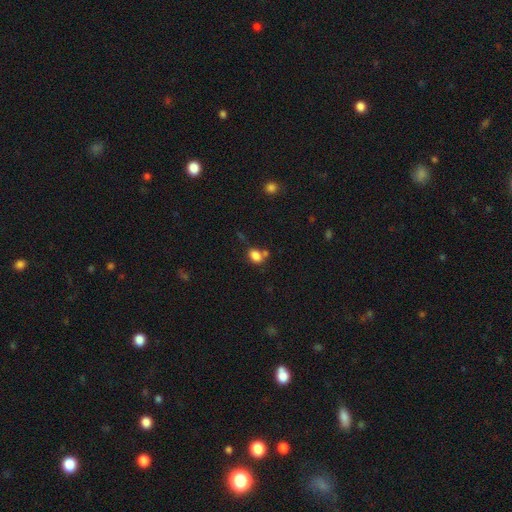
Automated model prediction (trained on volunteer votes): Smooth or featured? smooth (82%)
How rounded? in between (70%)
Merging? none (53%)